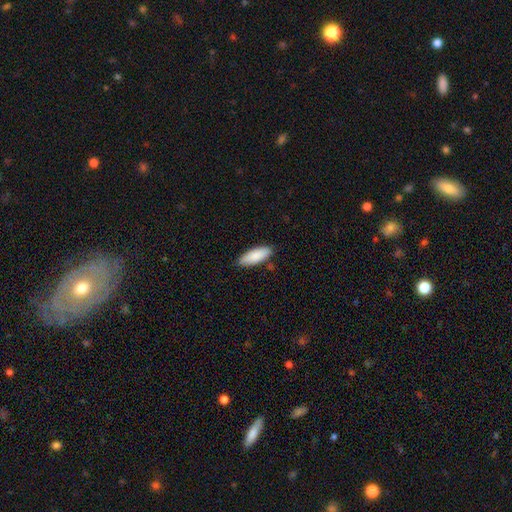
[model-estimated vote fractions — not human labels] smooth-or-featured: smooth: 86% | featured or disk: 8% | star or artifact: 6%
  how-rounded: in between: 68% | cigar-shaped: 31% | round: 2%
  merging: none: 83% | minor disturbance: 13% | major disturbance: 2% | merger: 2%